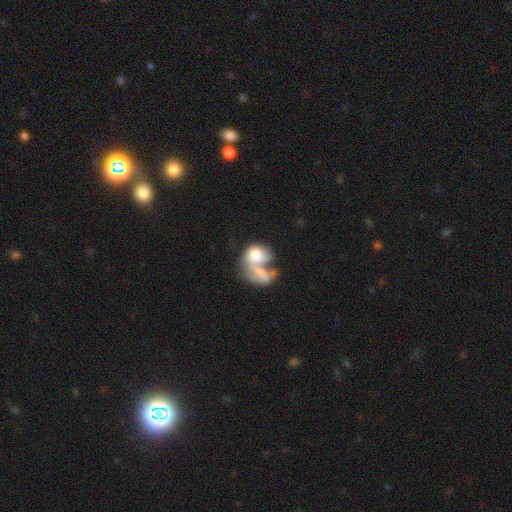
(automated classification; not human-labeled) The model was most divided on "smooth or featured": smooth: 55%, featured or disk: 37%, star or artifact: 8%. More confident: how rounded — in between (63%); merging — merger (57%).